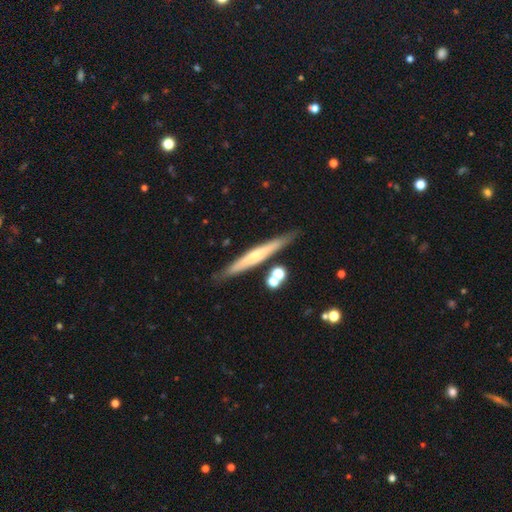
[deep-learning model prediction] Smooth or featured: featured or disk — 56% (smooth — 37%)
Edge-on disk: yes — 94% (no — 6%)
Edge-on bulge: rounded — 56% (none — 39%)
Merging: none — 83% (minor disturbance — 10%)